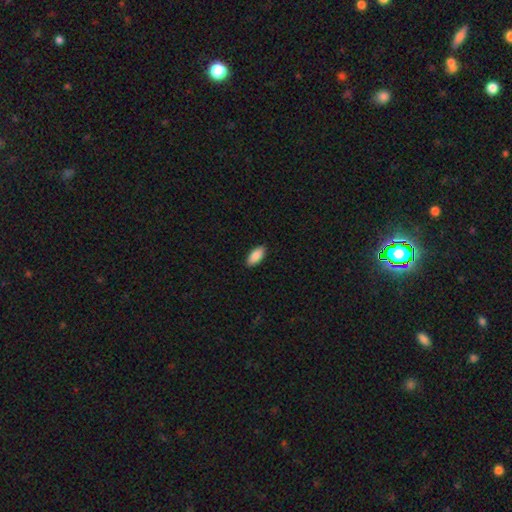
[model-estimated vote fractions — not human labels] A smooth galaxy with no disk features (88%) that is in between round and cigar-shaped (90%).

Vote fractions:
- Smooth or featured? smooth: 88% / star or artifact: 6% / featured or disk: 6%
- How rounded? in between: 90% / cigar-shaped: 8% / round: 2%
- Merging? none: 90% / minor disturbance: 8% / major disturbance: 2% / merger: 1%